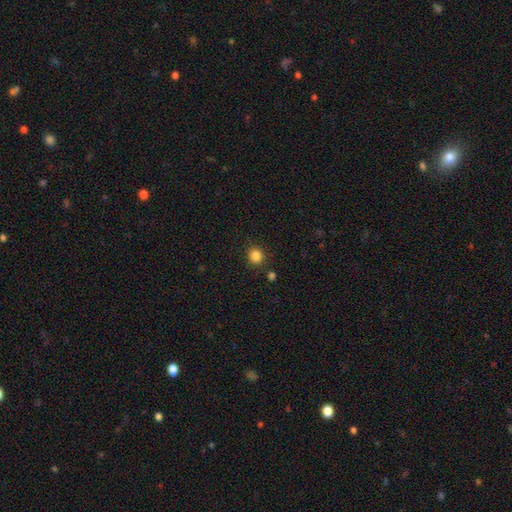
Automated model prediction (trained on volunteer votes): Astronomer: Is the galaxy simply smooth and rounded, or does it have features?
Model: smooth — 85%.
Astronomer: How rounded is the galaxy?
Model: round — 86%.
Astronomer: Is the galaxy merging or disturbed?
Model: none — 87%.